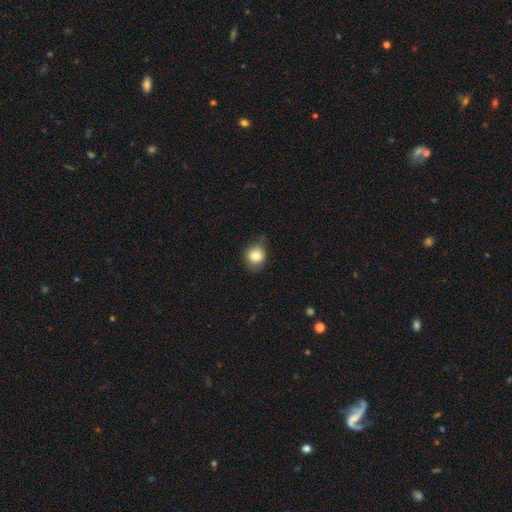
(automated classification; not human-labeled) The model was most divided on "merging": none: 63%, minor disturbance: 28%, major disturbance: 7%, merger: 2%. More confident: smooth or featured — smooth (82%); how rounded — round (67%).